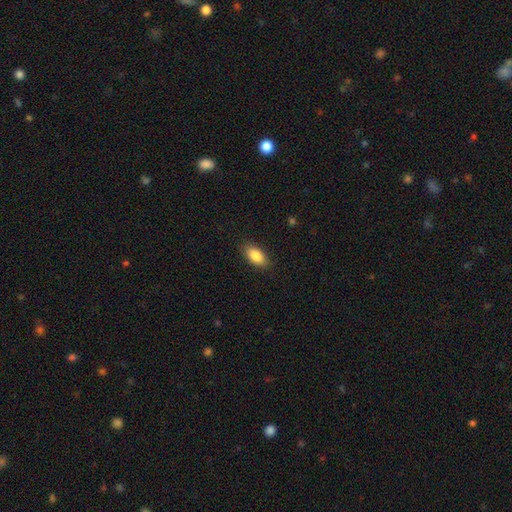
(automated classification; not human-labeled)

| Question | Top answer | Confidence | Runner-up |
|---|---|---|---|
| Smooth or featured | smooth | 86% | featured or disk (7%) |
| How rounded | in between | 92% | cigar-shaped (4%) |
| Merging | none | 87% | minor disturbance (10%) |